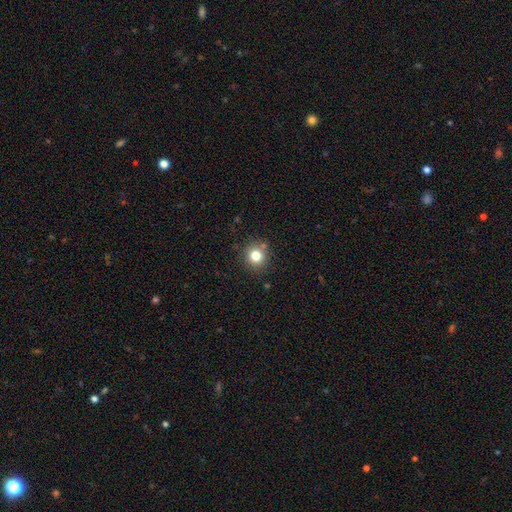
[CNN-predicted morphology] type=smooth (78%); roundness=round (92%); merging=none (85%).